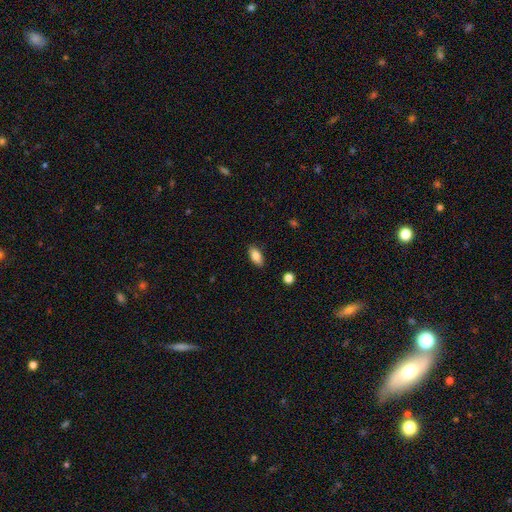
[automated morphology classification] The model was most divided on "merging": none: 86%, minor disturbance: 11%, major disturbance: 2%, merger: 1%. More confident: how rounded — in between (89%); smooth or featured — smooth (84%).